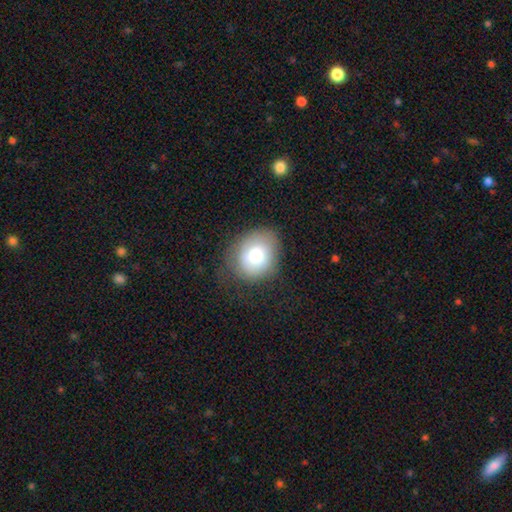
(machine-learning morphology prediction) Smooth or featured: smooth — 74% (featured or disk — 17%)
How rounded: round — 61% (in between — 38%)
Merging: none — 66% (minor disturbance — 22%)